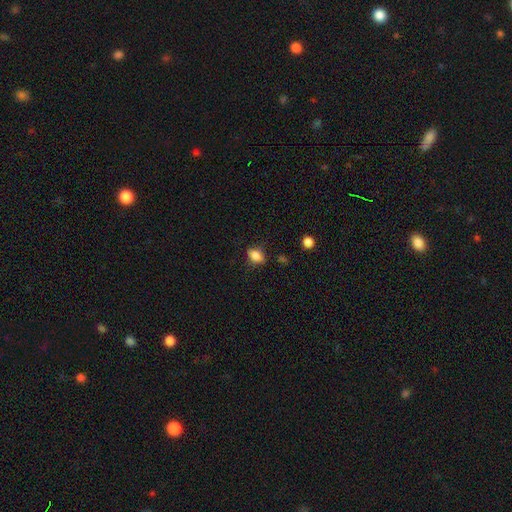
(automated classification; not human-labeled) smooth_or_featured: smooth (p=0.81) [alt: star or artifact p=0.10]
how_rounded: in between (p=0.74) [alt: round p=0.22]
merging: none (p=0.73) [alt: minor disturbance p=0.20]